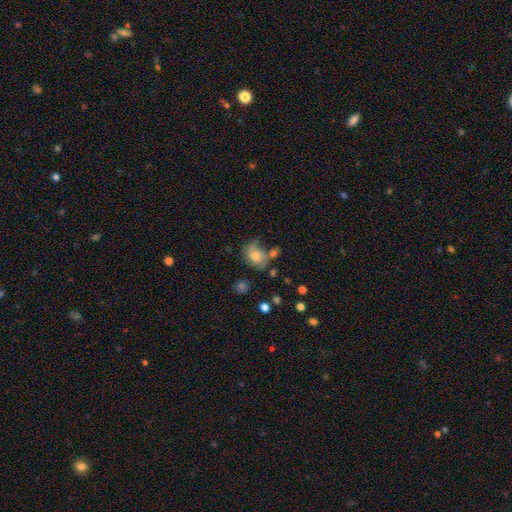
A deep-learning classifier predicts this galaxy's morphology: smooth 63%, featured or disk 26%, star or artifact 11%. Down the decision tree: how rounded — in between (56%); merging — none (47%).